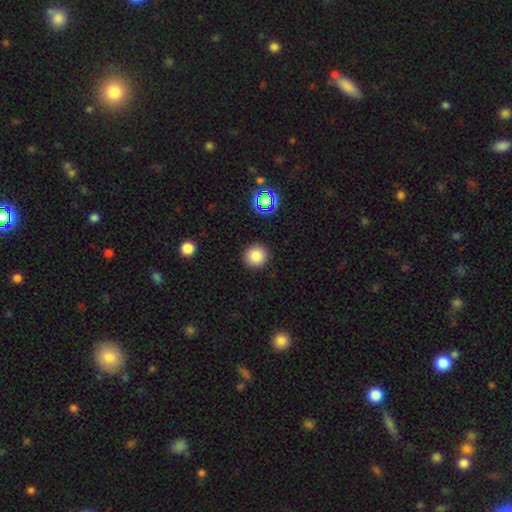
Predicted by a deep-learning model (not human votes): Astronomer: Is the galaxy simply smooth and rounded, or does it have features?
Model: smooth — 83%.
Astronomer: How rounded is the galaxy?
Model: round — 90%.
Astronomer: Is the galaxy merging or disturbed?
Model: none — 90%.